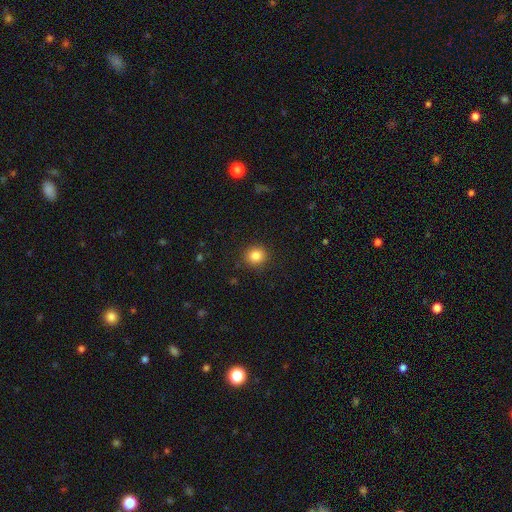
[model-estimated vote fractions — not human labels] A smooth galaxy with no disk features (85%) that is round (88%).

Vote fractions:
- Smooth or featured? smooth: 85% / star or artifact: 10% / featured or disk: 5%
- How rounded? round: 88% / in between: 11% / cigar-shaped: 1%
- Merging? none: 90% / minor disturbance: 7% / major disturbance: 2% / merger: 1%